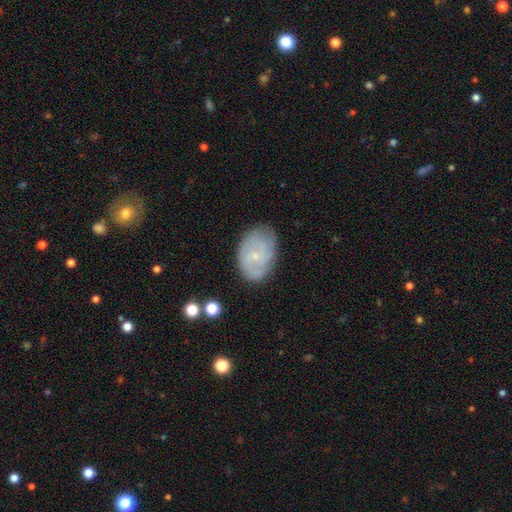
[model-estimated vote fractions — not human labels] smooth_or_featured: featured or disk (p=0.67) [alt: smooth p=0.26]
disk_edge_on: no (p=0.97) [alt: yes p=0.03]
bar: no (p=0.64) [alt: weak p=0.32]
has_spiral_arms: yes (p=0.87) [alt: no p=0.13]
spiral_winding: tight (p=0.45) [alt: medium p=0.40]
spiral_arm_count: can't tell (p=0.37) [alt: 2 p=0.31]
bulge_size: small (p=0.79) [alt: moderate p=0.14]
merging: none (p=0.74) [alt: minor disturbance p=0.19]